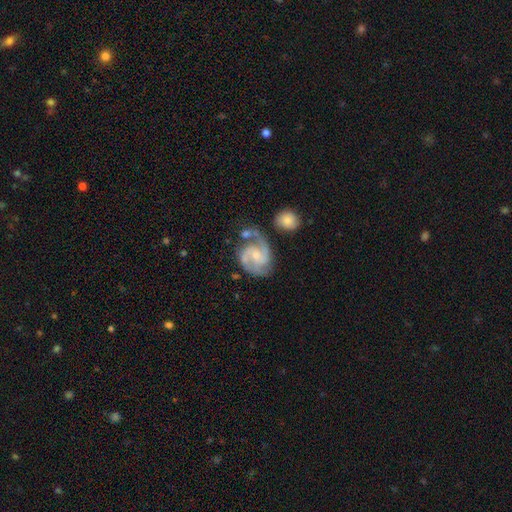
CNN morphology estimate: Overall: featured or disk (89%). Edge-on disk: no (98%). Bar: no (52%; weak 39%). Spiral arms: yes (98%). Spiral arm count: 2 (83%). Spiral winding: medium (58%; tight 30%). Bulge size: small (62%; moderate 32%). Merging: none (59%; minor disturbance 20%).